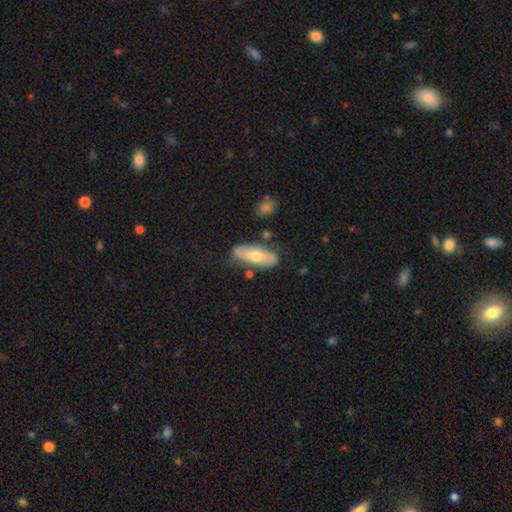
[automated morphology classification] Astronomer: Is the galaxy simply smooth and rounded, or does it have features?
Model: smooth — 56% (runner-up: featured or disk, 38%).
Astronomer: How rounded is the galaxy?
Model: in between — 73%.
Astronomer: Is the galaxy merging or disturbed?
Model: none — 76%.